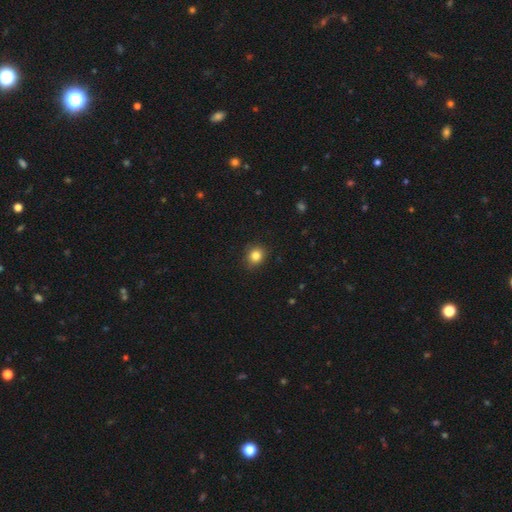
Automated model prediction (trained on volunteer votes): Smooth or featured: smooth — 84% (star or artifact — 11%)
How rounded: round — 80% (in between — 19%)
Merging: none — 86% (minor disturbance — 11%)